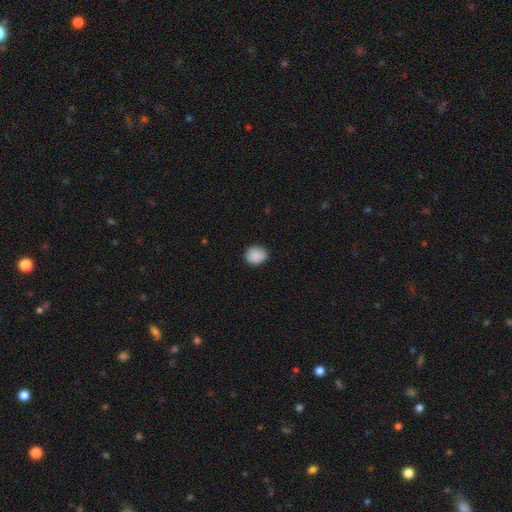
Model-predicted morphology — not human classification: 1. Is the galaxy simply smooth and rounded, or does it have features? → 90% smooth, 8% star or artifact, 3% featured or disk.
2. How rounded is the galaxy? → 76% round, 23% in between, 1% cigar-shaped.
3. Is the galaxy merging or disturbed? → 87% none, 10% minor disturbance, 2% major disturbance, 1% merger.